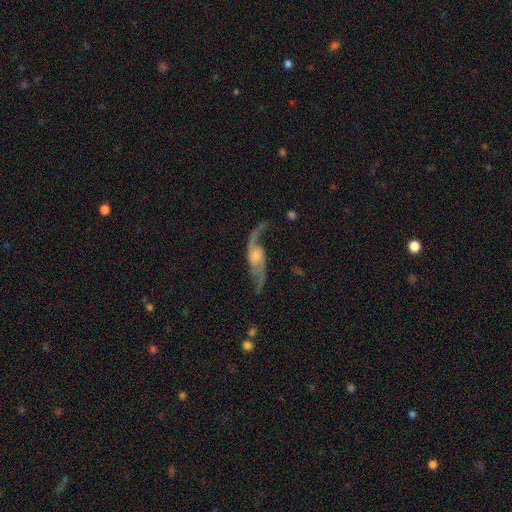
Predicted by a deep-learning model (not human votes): Smooth or featured? Predicted: featured or disk (p=0.85). Edge-on disk? Predicted: no (p=0.87). Bar? Predicted: no (p=0.60). Spiral arms? Predicted: yes (p=0.95). Spiral winding? Predicted: loose (p=0.83). Spiral arm count? Predicted: 2 (p=0.91). Bulge size? Predicted: small (p=0.40). Merging? Predicted: none (p=0.65).